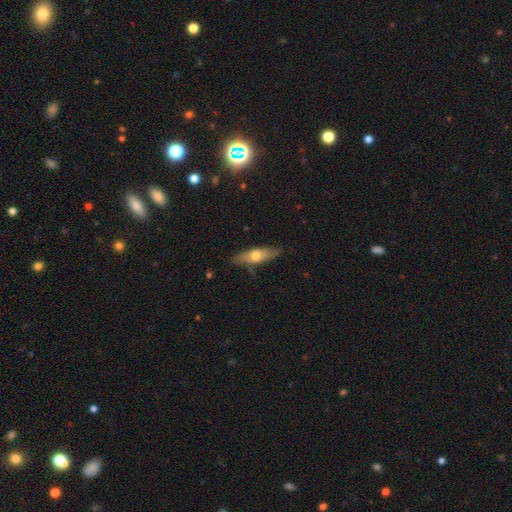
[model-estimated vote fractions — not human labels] Smooth or featured: smooth — 53% (featured or disk — 41%)
How rounded: cigar-shaped — 55% (in between — 42%)
Merging: none — 74% (minor disturbance — 20%)